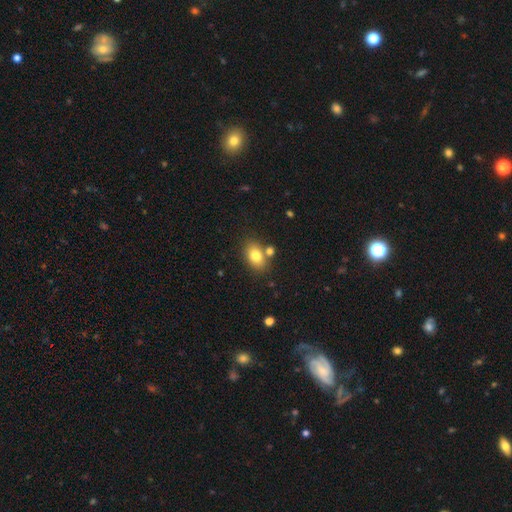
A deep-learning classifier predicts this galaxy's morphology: This is likely a smooth galaxy (79%). How rounded: clearly in between (82%). Merging: likely none (70%).